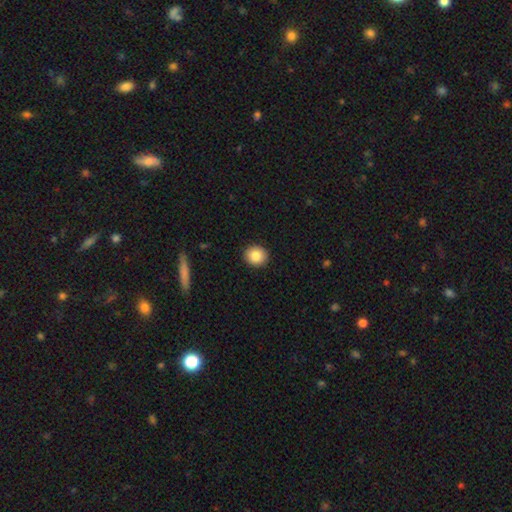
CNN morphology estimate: A smooth galaxy with no disk features (84%) that is round (82%). Merging: none (92%).